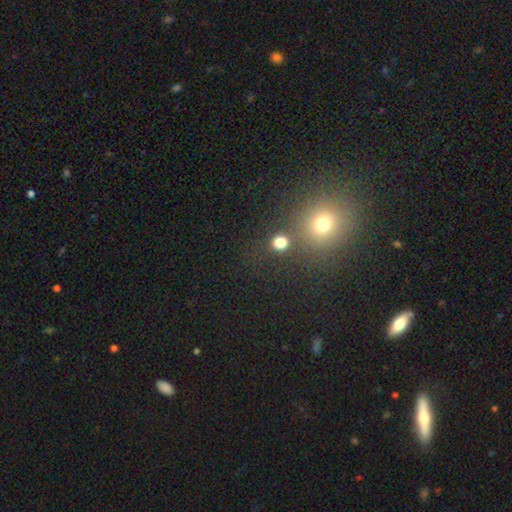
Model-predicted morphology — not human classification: Smooth or featured?
  - smooth: 50% *
  - star or artifact: 42%
  - featured or disk: 8%
Merging?
  - none: 79% *
  - merger: 9%
  - minor disturbance: 8%
  - major disturbance: 3%